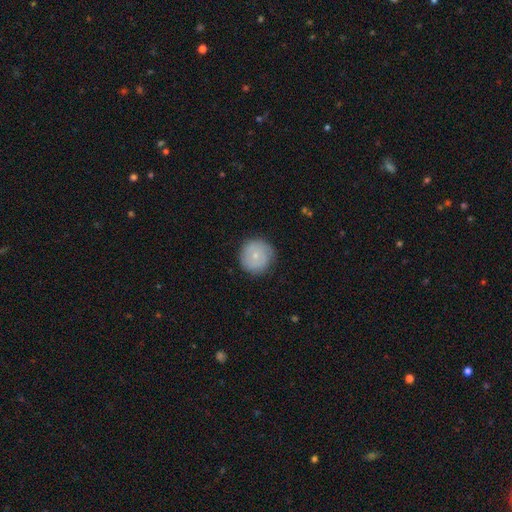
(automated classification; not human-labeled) Q: Smooth or featured?
A: smooth (56%); runner-up: featured or disk (36%)
Q: How rounded?
A: round (93%); runner-up: in between (6%)
Q: Merging?
A: none (81%); runner-up: minor disturbance (14%)